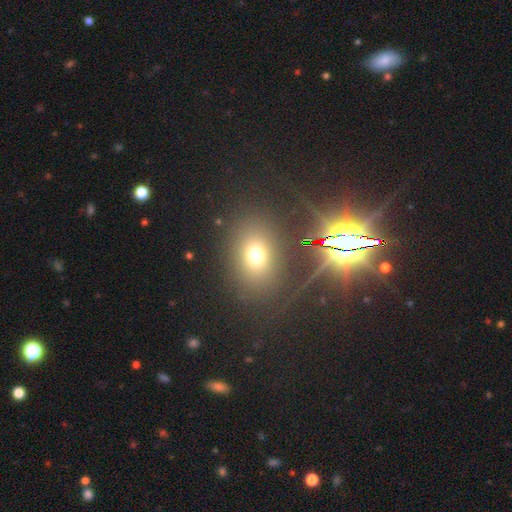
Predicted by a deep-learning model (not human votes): Q: Smooth or featured?
A: smooth (50%); runner-up: star or artifact (37%)
Q: How rounded?
A: in between (67%); runner-up: round (31%)
Q: Merging?
A: none (84%); runner-up: minor disturbance (8%)